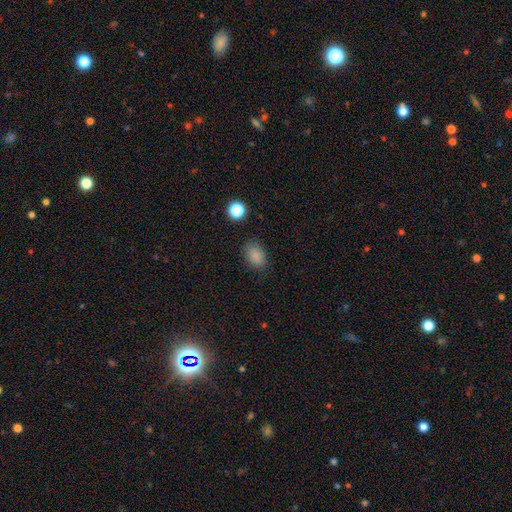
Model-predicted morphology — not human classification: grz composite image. It shows a smooth galaxy with no disk features (85%) that is in between round and cigar-shaped (80%). Merging: none (84%).